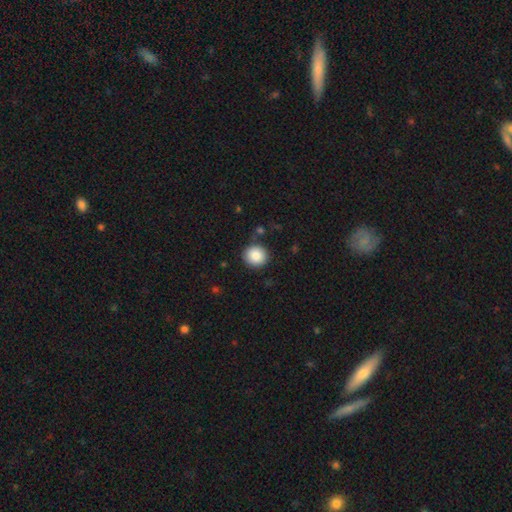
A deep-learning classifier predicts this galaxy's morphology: Smooth or featured? smooth (87%)
How rounded? round (91%)
Merging? none (87%)